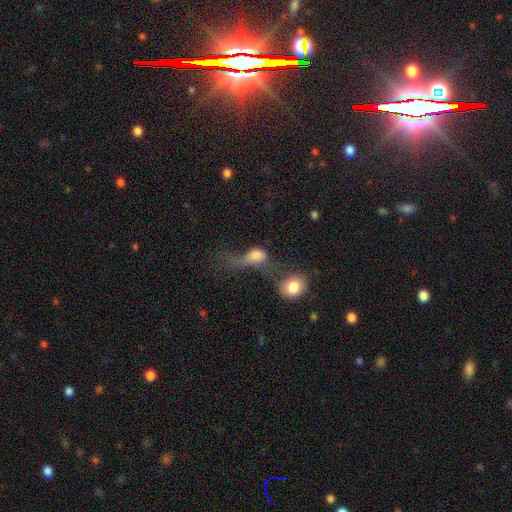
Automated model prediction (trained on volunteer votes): smooth 67%, featured or disk 22%, star or artifact 11%. Down the decision tree: how rounded — in between (61%); merging — merger (41%).